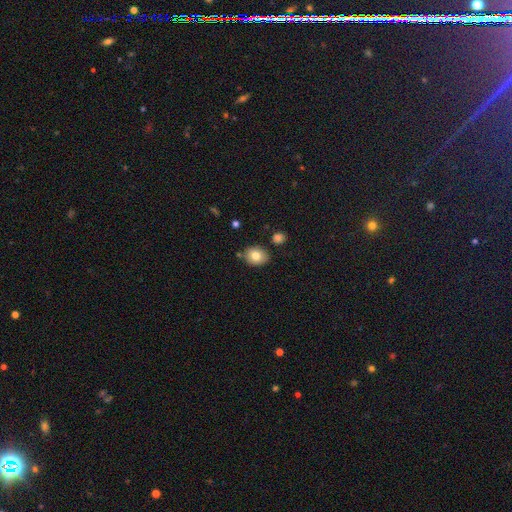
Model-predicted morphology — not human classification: Smooth or featured: smooth — 80% (featured or disk — 12%)
How rounded: in between — 54% (round — 45%)
Merging: none — 81% (minor disturbance — 12%)